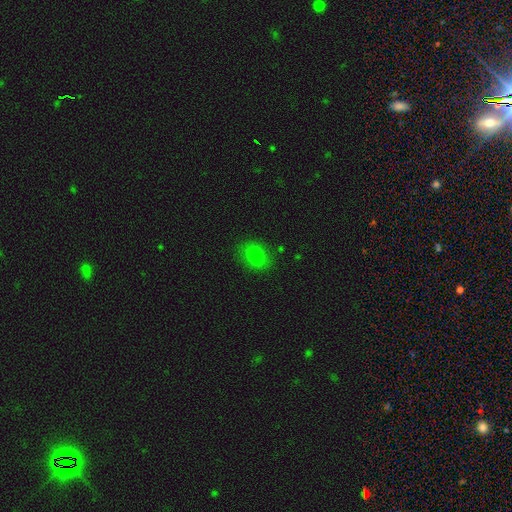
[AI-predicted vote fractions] Smooth or featured? smooth (78%)
How rounded? in between (63%)
Merging? none (79%)